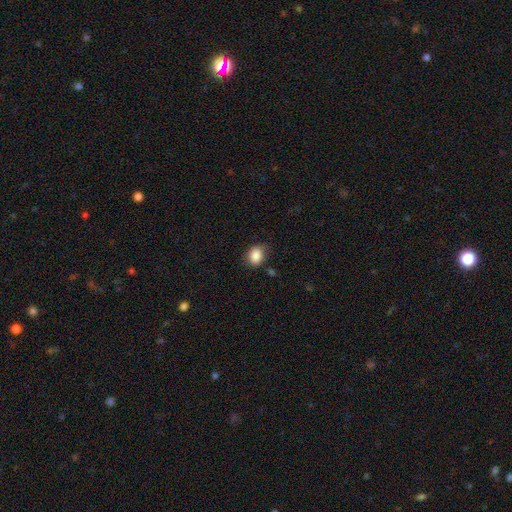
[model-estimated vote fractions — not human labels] smooth_or_featured: smooth (p=0.86) [alt: star or artifact p=0.09]
how_rounded: in between (p=0.55) [alt: round p=0.44]
merging: none (p=0.76) [alt: minor disturbance p=0.18]